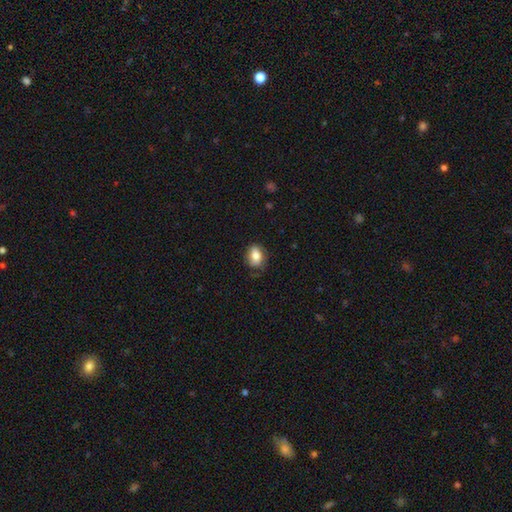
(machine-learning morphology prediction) This appears to be a smooth galaxy with no disk features (77%) that is in between round and cigar-shaped (71%). Merging: none (72%).